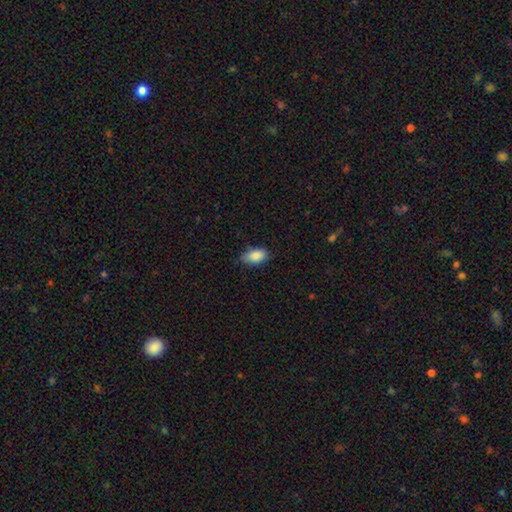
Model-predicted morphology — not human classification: This is clearly a smooth galaxy (88%). How rounded: clearly in between (92%). Merging: likely none (77%).